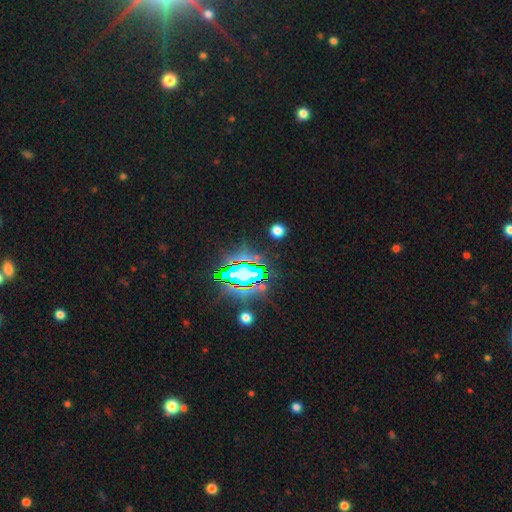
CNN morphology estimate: Smooth or featured? Predicted: star or artifact (p=0.82).